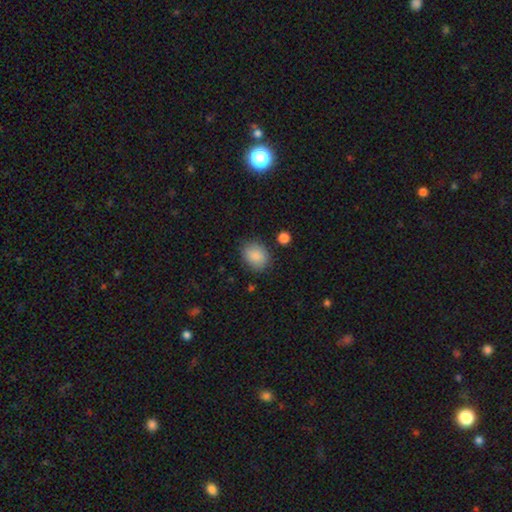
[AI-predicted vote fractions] A smooth galaxy with no disk features (88%) that is in between round and cigar-shaped (56%). Merging: none (81%).